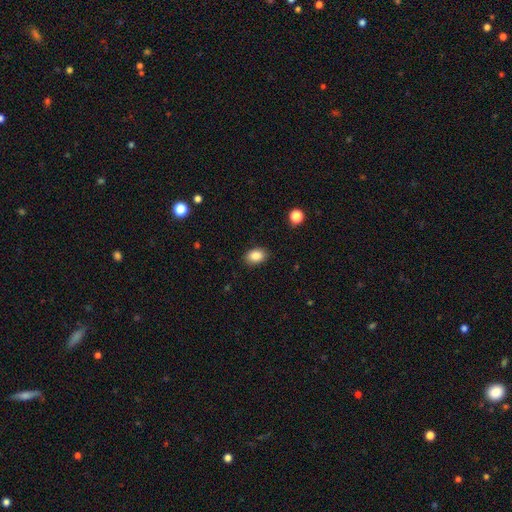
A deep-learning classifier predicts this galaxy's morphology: smooth-or-featured: smooth: 86% | star or artifact: 9% | featured or disk: 5%
  how-rounded: in between: 80% | round: 19% | cigar-shaped: 1%
  merging: none: 88% | minor disturbance: 9% | major disturbance: 2% | merger: 1%